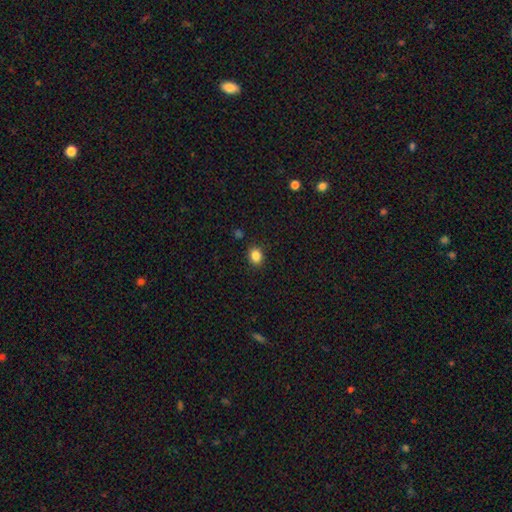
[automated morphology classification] Q: Smooth or featured?
A: smooth (85%); runner-up: star or artifact (11%)
Q: How rounded?
A: round (54%); runner-up: in between (45%)
Q: Merging?
A: none (88%); runner-up: minor disturbance (8%)